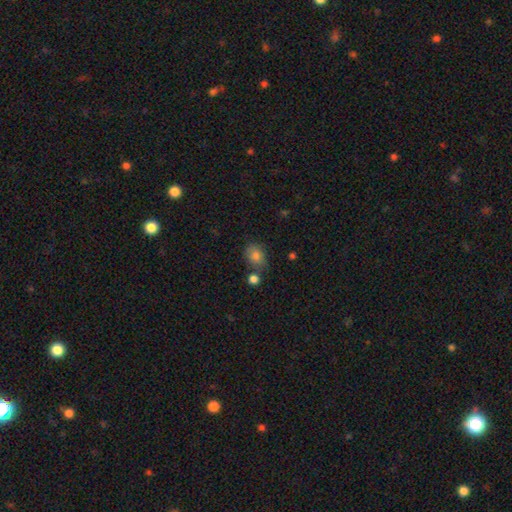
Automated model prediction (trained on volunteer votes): Morphology: type=smooth (81%); roundness=in between (55%); merging=none (67%).